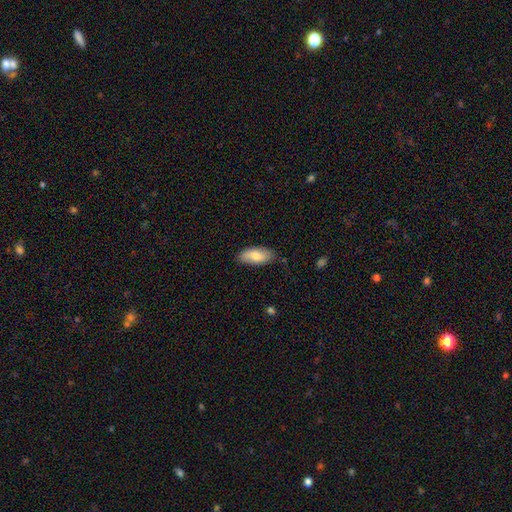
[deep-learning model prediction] Smooth or featured? smooth (75%)
How rounded? in between (88%)
Merging? none (82%)